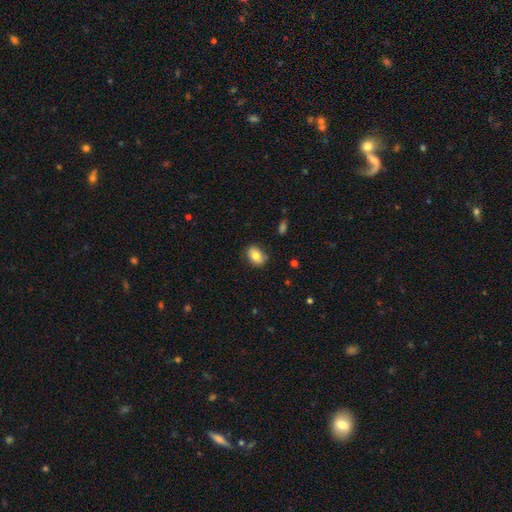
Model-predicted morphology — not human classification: Smooth or featured? Predicted: smooth (p=0.79). How rounded? Predicted: in between (p=0.78). Merging? Predicted: none (p=0.80).